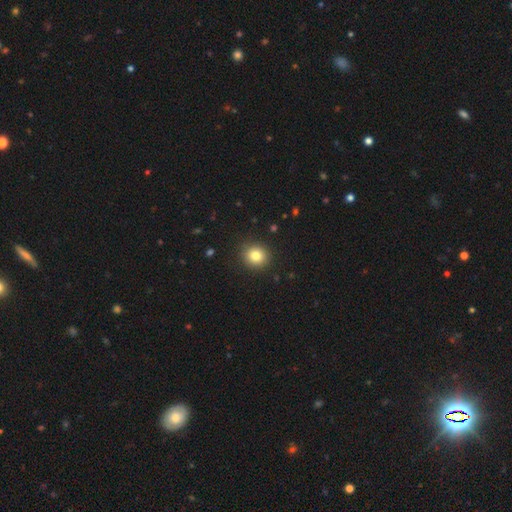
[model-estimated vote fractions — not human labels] smooth 82%, star or artifact 11%, featured or disk 7%. Down the decision tree: how rounded — round (86%); merging — none (91%).